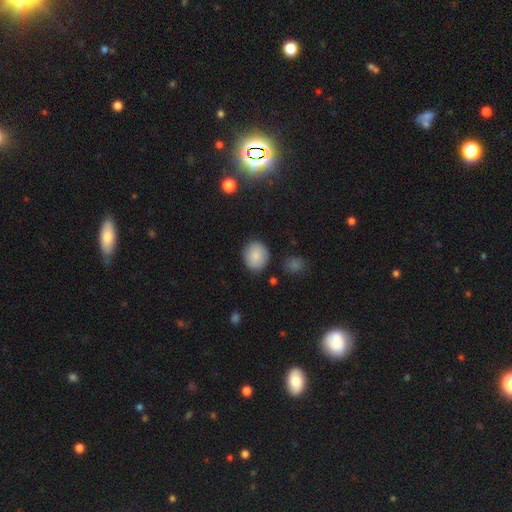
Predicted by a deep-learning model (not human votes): smooth_or_featured: smooth (p=0.85) [alt: star or artifact p=0.08]
how_rounded: round (p=0.71) [alt: in between p=0.28]
merging: none (p=0.85) [alt: minor disturbance p=0.10]